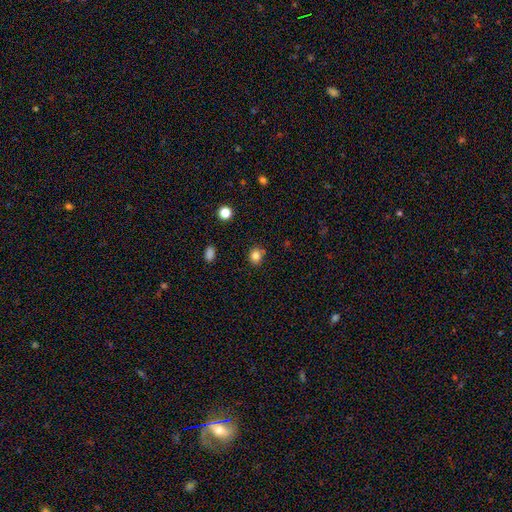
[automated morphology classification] Smooth or featured?
  - smooth: 83% *
  - star or artifact: 12%
  - featured or disk: 5%
How rounded?
  - round: 74% *
  - in between: 25%
  - cigar-shaped: 1%
Merging?
  - none: 81% *
  - minor disturbance: 12%
  - merger: 4%
  - major disturbance: 3%